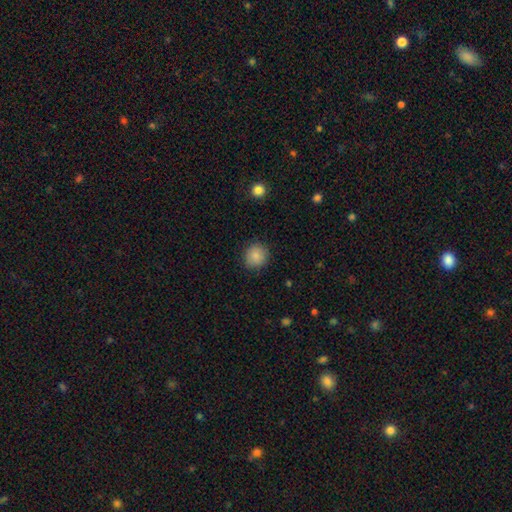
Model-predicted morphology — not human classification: Q: Smooth or featured?
A: smooth (86%); runner-up: star or artifact (9%)
Q: How rounded?
A: round (89%); runner-up: in between (10%)
Q: Merging?
A: none (88%); runner-up: minor disturbance (9%)